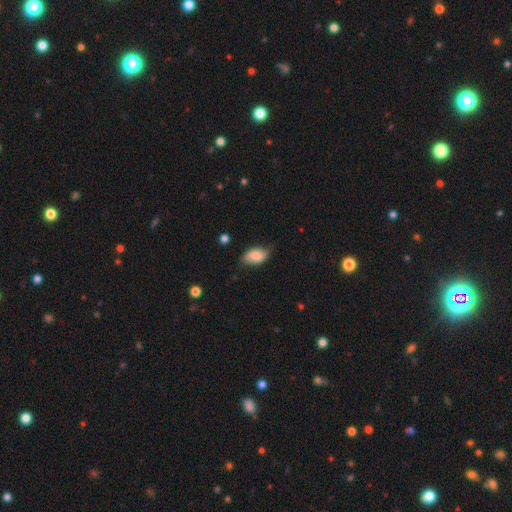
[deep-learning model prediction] Smooth or featured?
  - smooth: 80% *
  - featured or disk: 13%
  - star or artifact: 7%
How rounded?
  - in between: 91% *
  - round: 6%
  - cigar-shaped: 2%
Merging?
  - none: 62% *
  - minor disturbance: 30%
  - major disturbance: 6%
  - merger: 2%